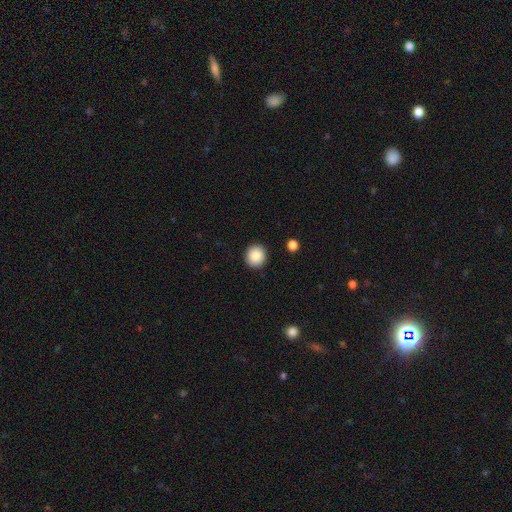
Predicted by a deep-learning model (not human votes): Smooth or featured?
  - smooth: 88% *
  - star or artifact: 8%
  - featured or disk: 4%
How rounded?
  - round: 91% *
  - in between: 8%
  - cigar-shaped: 1%
Merging?
  - none: 92% *
  - minor disturbance: 5%
  - major disturbance: 2%
  - merger: 1%